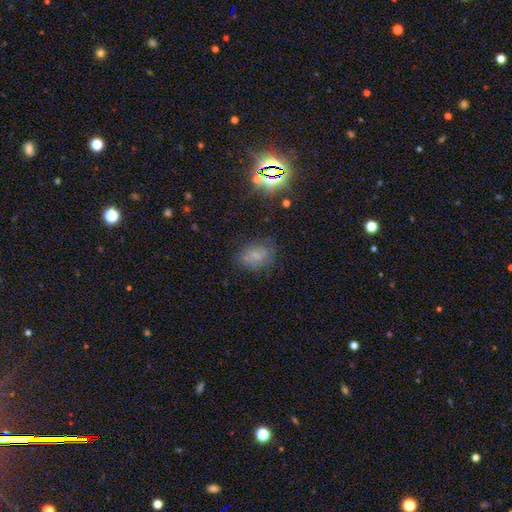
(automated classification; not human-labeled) Morphology: type=smooth (51%); roundness=in between (73%); merging=none (70%).